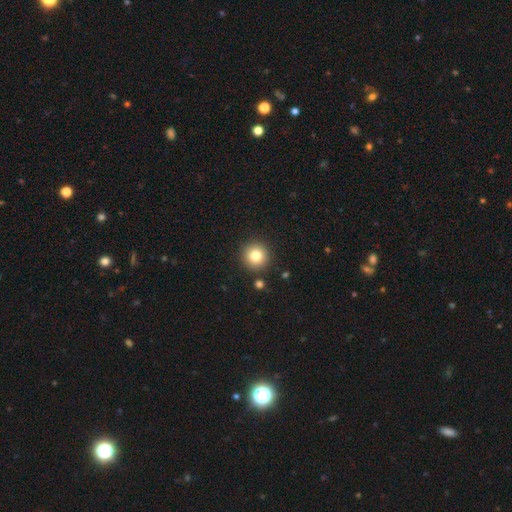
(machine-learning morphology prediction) Overall: smooth (81%). How rounded: round (95%). Merging: none (89%).